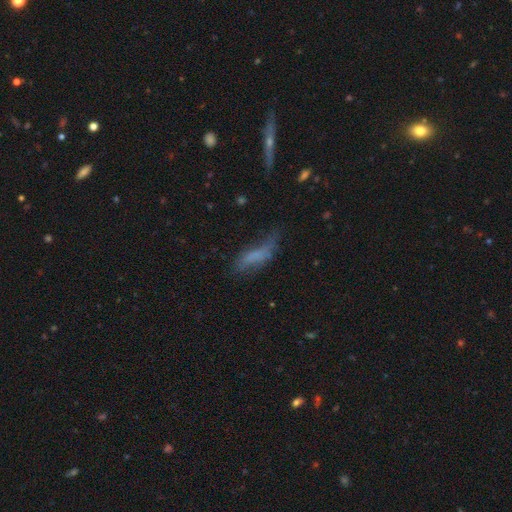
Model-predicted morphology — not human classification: A smooth galaxy with no disk features (60%) that is in between round and cigar-shaped (52%).

Vote fractions:
- Smooth or featured? smooth: 60% / featured or disk: 26% / star or artifact: 14%
- How rounded? in between: 52% / cigar-shaped: 45% / round: 3%
- Merging? none: 38% / minor disturbance: 31% / major disturbance: 26% / merger: 4%